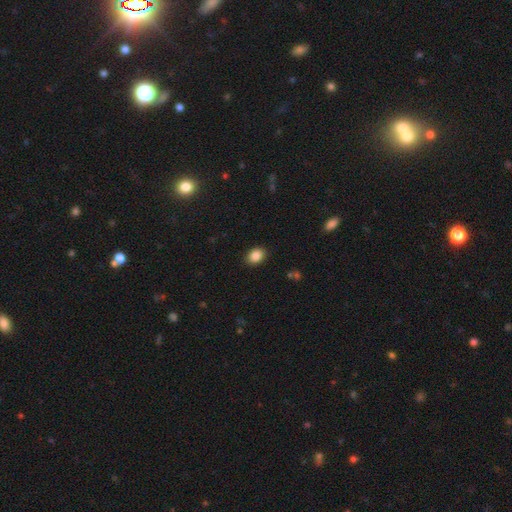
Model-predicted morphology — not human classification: smooth 88%, star or artifact 8%, featured or disk 4%. Down the decision tree: how rounded — in between (70%); merging — none (88%).